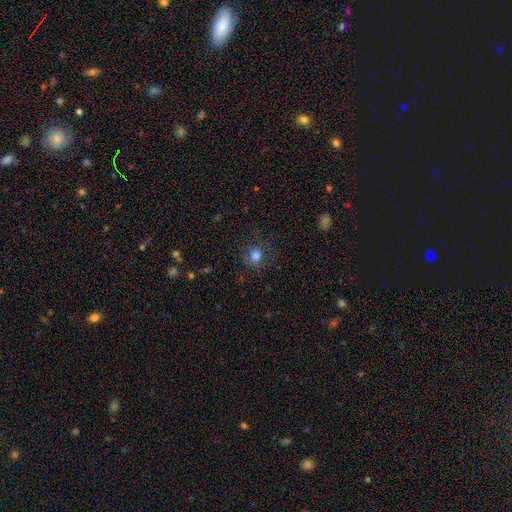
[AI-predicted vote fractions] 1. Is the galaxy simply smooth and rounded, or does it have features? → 78% smooth, 15% star or artifact, 7% featured or disk.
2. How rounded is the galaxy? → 87% round, 12% in between, 1% cigar-shaped.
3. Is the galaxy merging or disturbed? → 77% none, 14% minor disturbance, 8% major disturbance, 1% merger.